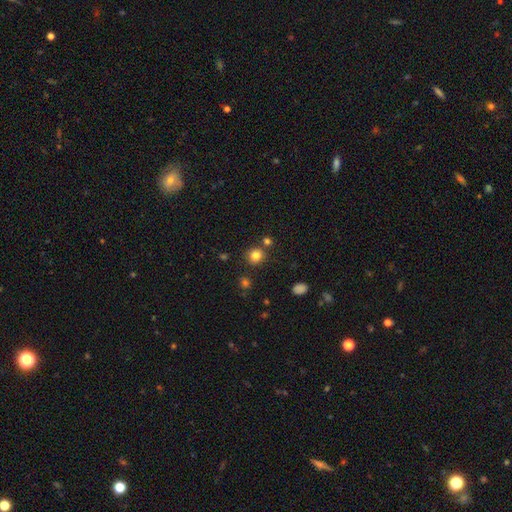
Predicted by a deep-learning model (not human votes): smooth_or_featured: smooth (p=0.80) [alt: star or artifact p=0.14]
how_rounded: round (p=0.88) [alt: in between p=0.11]
merging: none (p=0.80) [alt: merger p=0.10]